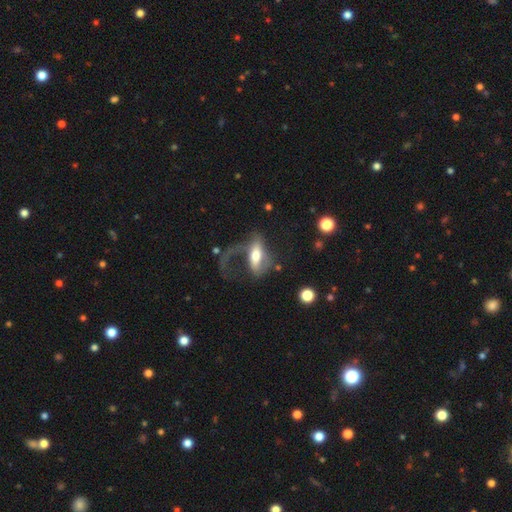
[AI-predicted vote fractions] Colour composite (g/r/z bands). It shows a featured or disk galaxy (50%). Merging: major disturbance (62%).